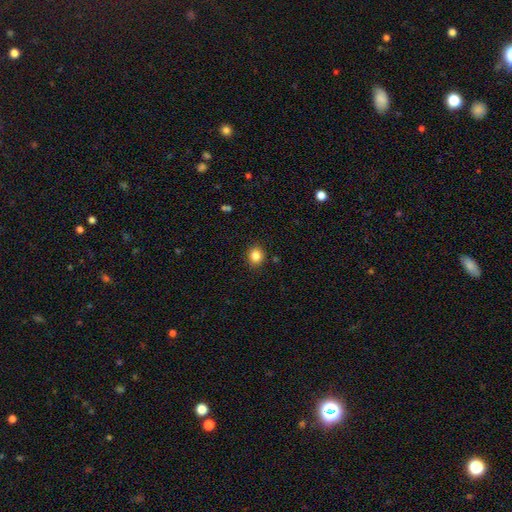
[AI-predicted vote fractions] Overall: smooth (84%). How rounded: round (81%). Merging: none (90%).